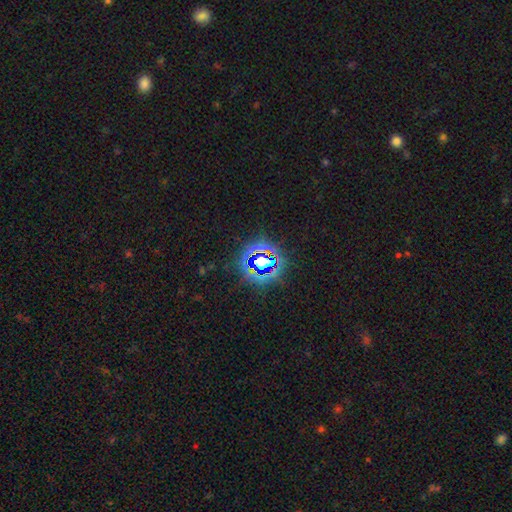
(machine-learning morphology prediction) The model was most divided on "smooth or featured": star or artifact: 73%, smooth: 16%, featured or disk: 11%.